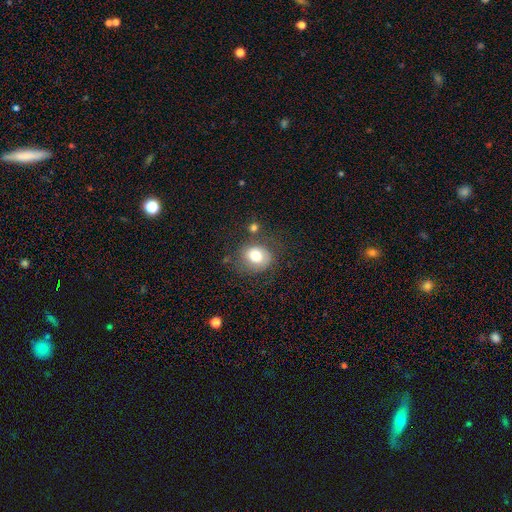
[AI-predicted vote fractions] smooth_or_featured: smooth (p=0.75) [alt: featured or disk p=0.16]
how_rounded: round (p=0.62) [alt: in between p=0.37]
merging: none (p=0.67) [alt: minor disturbance p=0.19]